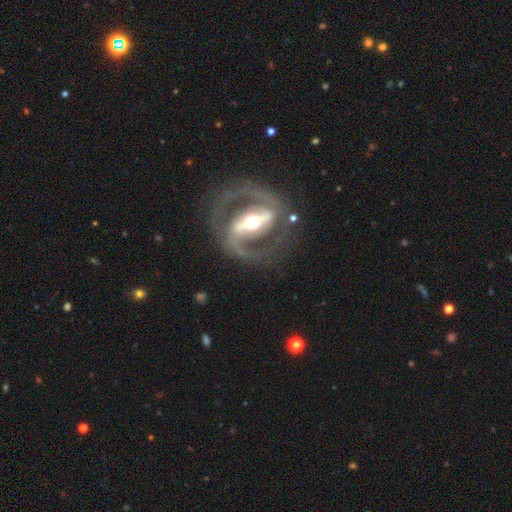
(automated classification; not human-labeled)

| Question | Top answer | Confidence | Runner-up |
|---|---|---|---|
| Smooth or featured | featured or disk | 90% | star or artifact (5%) |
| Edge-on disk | no | 96% | yes (4%) |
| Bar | strong | 65% | weak (24%) |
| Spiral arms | yes | 96% | no (4%) |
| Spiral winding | medium | 58% | tight (26%) |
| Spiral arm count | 2 | 93% | can't tell (2%) |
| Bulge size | moderate | 57% | small (32%) |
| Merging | none | 80% | minor disturbance (11%) |